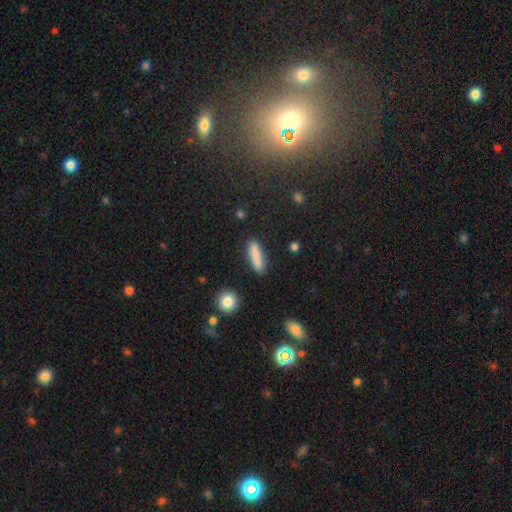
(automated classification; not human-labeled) Morphology: type=smooth (81%); roundness=cigar-shaped (65%); merging=none (84%).